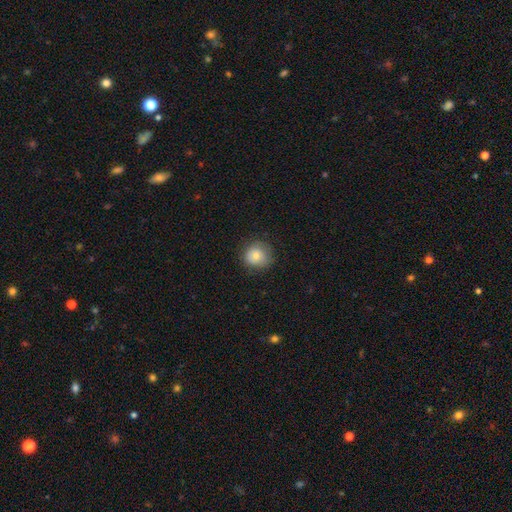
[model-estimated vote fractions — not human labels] A smooth galaxy with no disk features (78%) that is round (87%).

Vote fractions:
- Smooth or featured? smooth: 78% / featured or disk: 13% / star or artifact: 9%
- How rounded? round: 87% / in between: 12% / cigar-shaped: 1%
- Merging? none: 78% / minor disturbance: 17% / major disturbance: 5% / merger: 1%